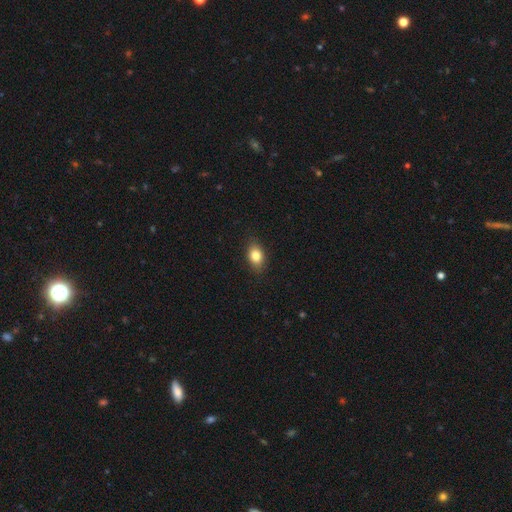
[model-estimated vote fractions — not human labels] Overall: smooth (82%). How rounded: in between (77%). Merging: none (86%).